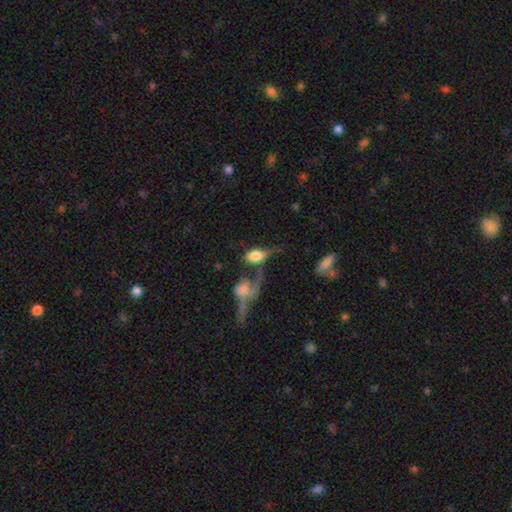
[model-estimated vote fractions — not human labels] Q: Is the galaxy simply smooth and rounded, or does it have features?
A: smooth — 65%.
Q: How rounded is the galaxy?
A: in between — 81%.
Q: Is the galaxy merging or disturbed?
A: merger — 40%.